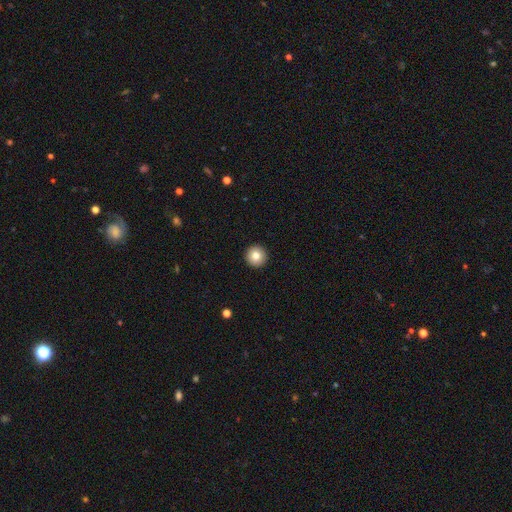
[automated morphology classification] Smooth or featured?
  - smooth: 82% *
  - star or artifact: 9%
  - featured or disk: 9%
How rounded?
  - round: 97% *
  - in between: 3%
  - cigar-shaped: 1%
Merging?
  - none: 94% *
  - minor disturbance: 4%
  - major disturbance: 1%
  - merger: 1%